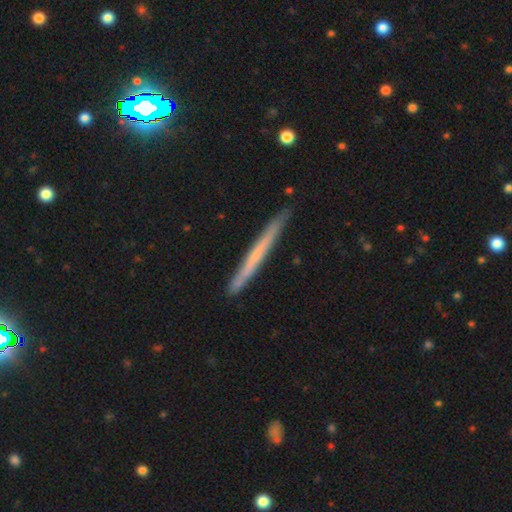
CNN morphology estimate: Q: Smooth or featured?
A: smooth (48%); runner-up: featured or disk (45%)
Q: Merging?
A: none (88%); runner-up: minor disturbance (9%)